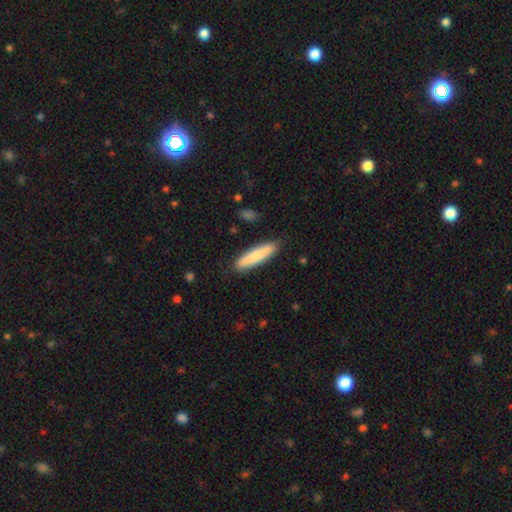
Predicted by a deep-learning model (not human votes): Morphology: type=smooth (79%); roundness=cigar-shaped (86%); merging=none (89%).